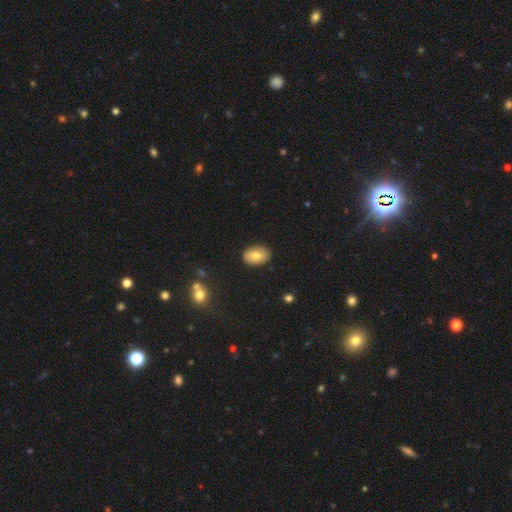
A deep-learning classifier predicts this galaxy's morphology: Smooth or featured?
  - smooth: 77% *
  - featured or disk: 14%
  - star or artifact: 8%
How rounded?
  - in between: 87% *
  - round: 12%
  - cigar-shaped: 1%
Merging?
  - none: 87% *
  - minor disturbance: 10%
  - major disturbance: 2%
  - merger: 1%